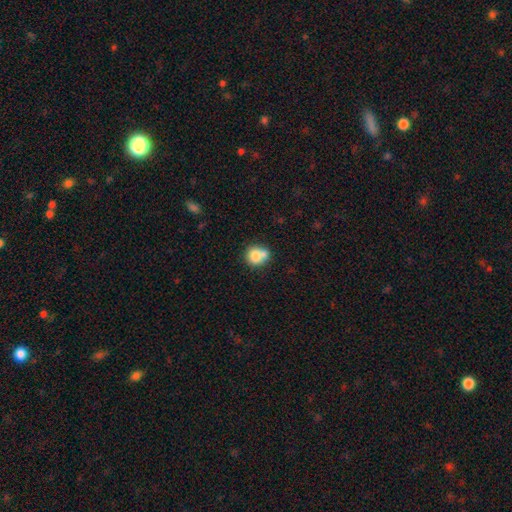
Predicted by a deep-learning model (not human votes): Overall: smooth (77%). How rounded: round (82%). Merging: merger (44%; none 43%).